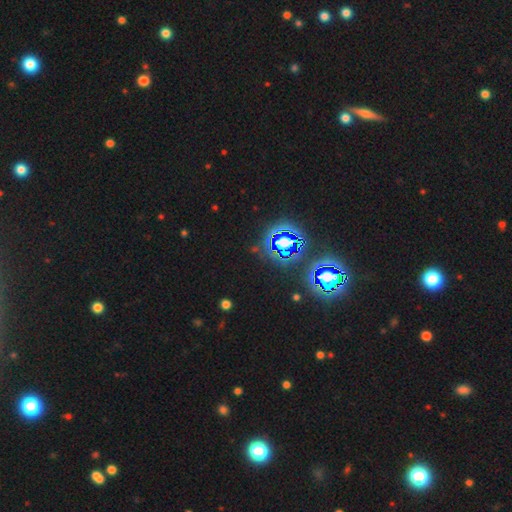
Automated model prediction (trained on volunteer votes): A star or artifact, not a galaxy (81%).